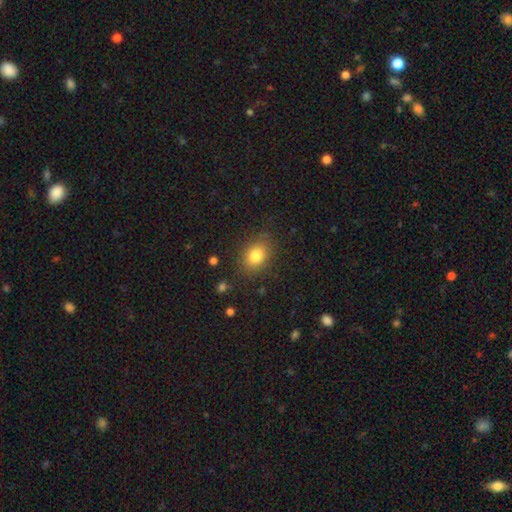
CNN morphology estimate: Overall: smooth (82%). How rounded: in between (64%; round 35%). Merging: none (82%).